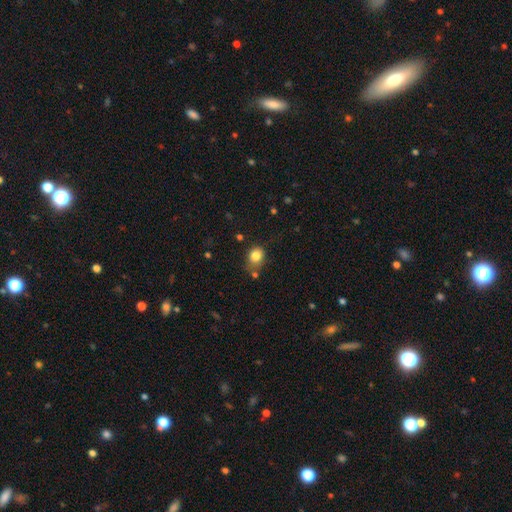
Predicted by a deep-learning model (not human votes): Overall: smooth (83%). How rounded: round (58%; in between 41%). Merging: none (60%; minor disturbance 24%).